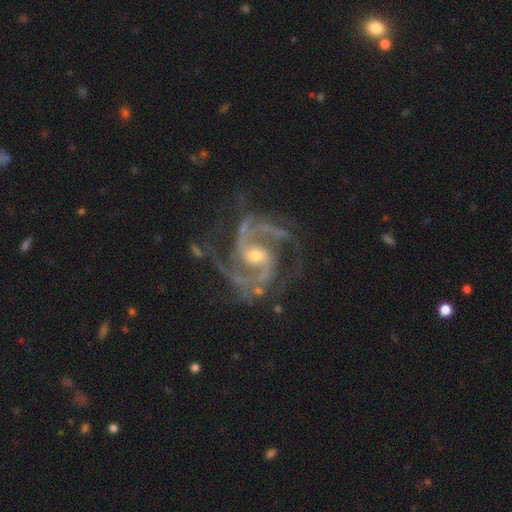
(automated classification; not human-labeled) A featured or disk galaxy (93%) with a weak bar (44%), 2 (52%) medium (59%) spiral arms (99%) and a moderate central bulge (49%).

Vote fractions:
- Smooth or featured? featured or disk: 93% / star or artifact: 5% / smooth: 2%
- Edge-on disk? no: 98% / yes: 2%
- Bar? weak: 44% / no: 36% / strong: 20%
- Spiral arms? yes: 99% / no: 1%
- Spiral winding? medium: 59% / tight: 28% / loose: 13%
- Spiral arm count? 2: 52% / 3: 26% / 4: 6% / can't tell: 6% / more than 4: 5% / 1: 5%
- Bulge size? moderate: 49% / small: 47% / large: 2% / none: 1% / dominant: 1%
- Merging? none: 68% / minor disturbance: 18% / major disturbance: 12% / merger: 2%